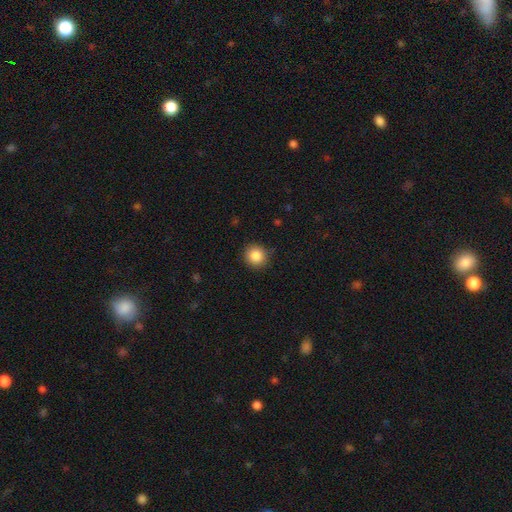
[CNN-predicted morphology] smooth 87%, star or artifact 9%, featured or disk 4%. Down the decision tree: how rounded — round (91%); merging — none (88%).